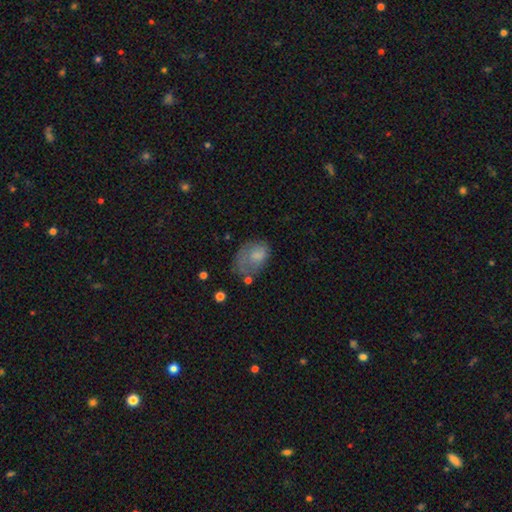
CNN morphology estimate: smooth-or-featured: smooth: 70% | featured or disk: 20% | star or artifact: 10%
  how-rounded: in between: 80% | round: 19% | cigar-shaped: 1%
  merging: none: 35% | minor disturbance: 31% | major disturbance: 29% | merger: 5%